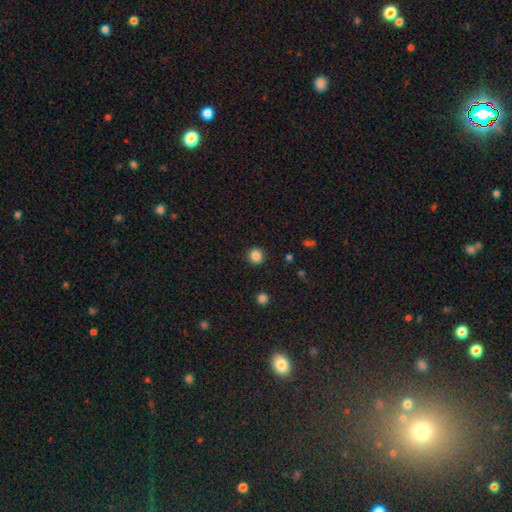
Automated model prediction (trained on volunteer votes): Smooth or featured: smooth — 86% (star or artifact — 11%)
How rounded: round — 92% (in between — 8%)
Merging: none — 91% (minor disturbance — 6%)